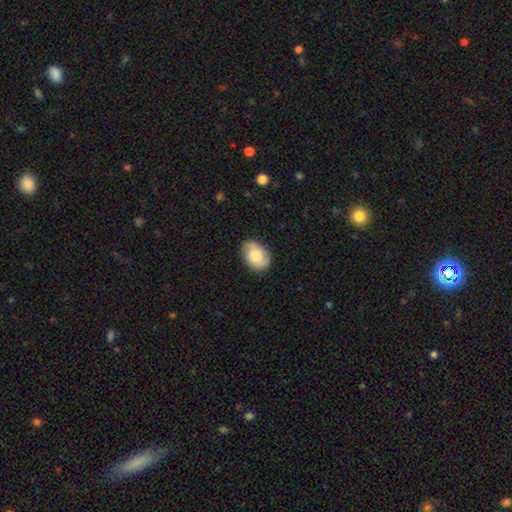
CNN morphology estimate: A smooth galaxy with no disk features (66%) that is in between round and cigar-shaped (78%). Merging: none (76%).